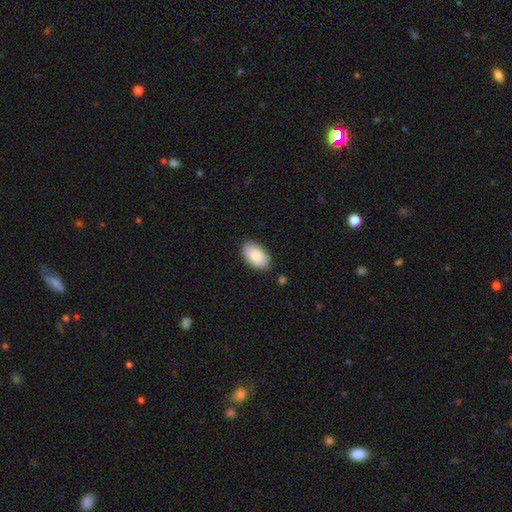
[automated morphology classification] This appears to be a smooth galaxy with no disk features (86%) that is in between round and cigar-shaped (95%). Merging: none (86%).